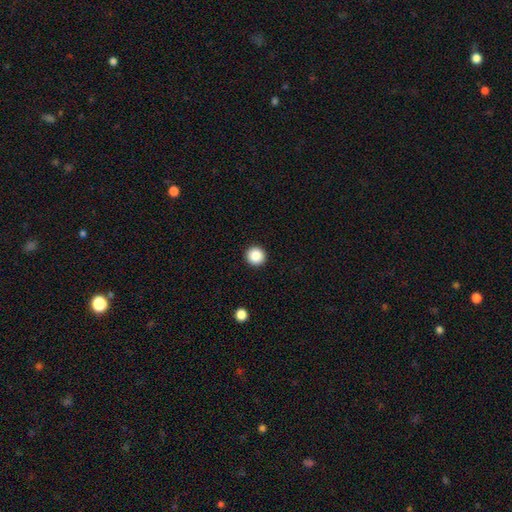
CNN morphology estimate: Smooth or featured?
  - smooth: 88% *
  - star or artifact: 9%
  - featured or disk: 3%
How rounded?
  - round: 96% *
  - in between: 3%
  - cigar-shaped: 1%
Merging?
  - none: 94% *
  - minor disturbance: 4%
  - major disturbance: 2%
  - merger: 1%